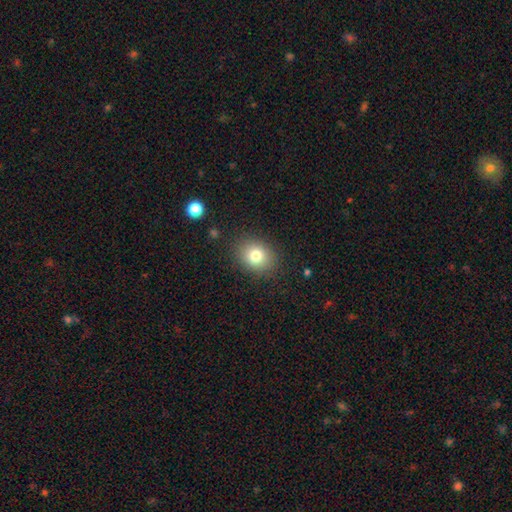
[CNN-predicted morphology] Smooth or featured: smooth — 80% (star or artifact — 11%)
How rounded: round — 56% (in between — 44%)
Merging: none — 86% (minor disturbance — 9%)